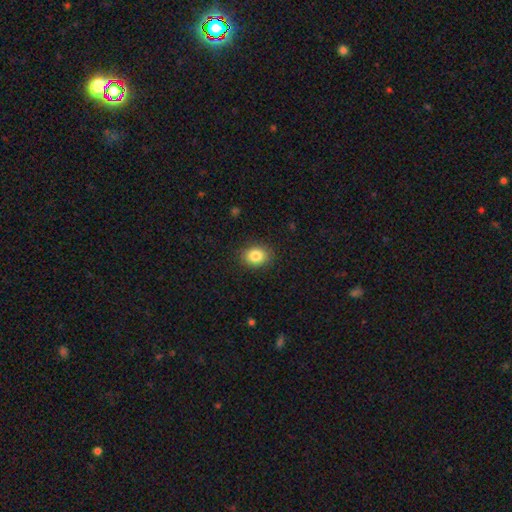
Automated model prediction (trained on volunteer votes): This appears to be a smooth galaxy with no disk features (85%) that is in between round and cigar-shaped (56%). Merging: none (88%).